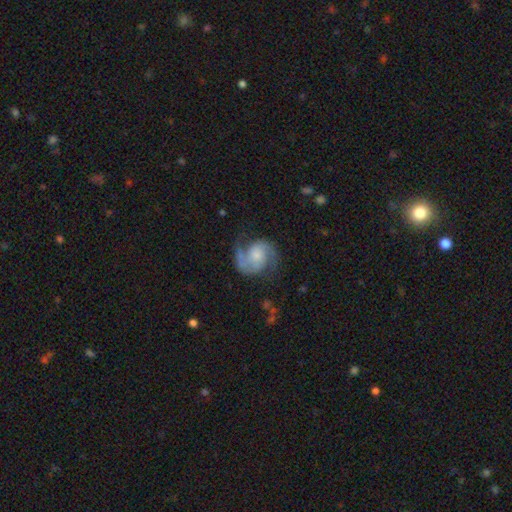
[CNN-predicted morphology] Overall: featured or disk (86%). Edge-on disk: no (98%). Bar: no (66%; weak 29%). Spiral arms: yes (97%). Spiral arm count: 2 (91%). Spiral winding: medium (53%; loose 25%). Bulge size: small (39%; moderate 31%). Merging: none (68%).